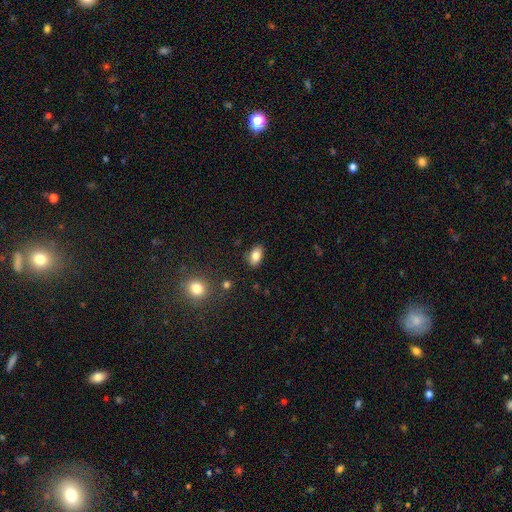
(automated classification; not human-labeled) smooth_or_featured: smooth (p=0.81) [alt: featured or disk p=0.10]
how_rounded: in between (p=0.89) [alt: round p=0.09]
merging: none (p=0.84) [alt: minor disturbance p=0.11]